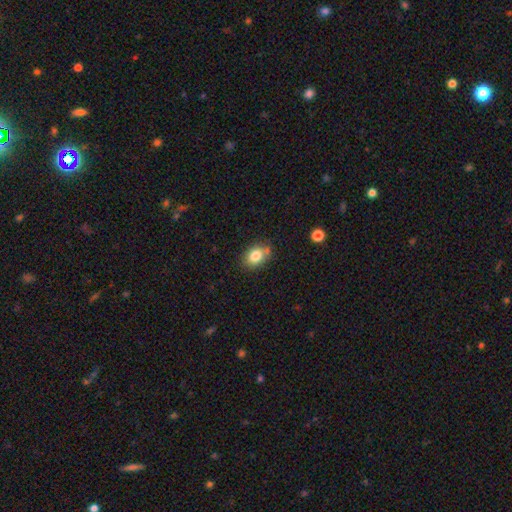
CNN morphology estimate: A smooth galaxy with no disk features (82%) that is in between round and cigar-shaped (72%).

Vote fractions:
- Smooth or featured? smooth: 82% / star or artifact: 9% / featured or disk: 9%
- How rounded? in between: 72% / round: 26% / cigar-shaped: 1%
- Merging? none: 69% / minor disturbance: 20% / merger: 7% / major disturbance: 4%